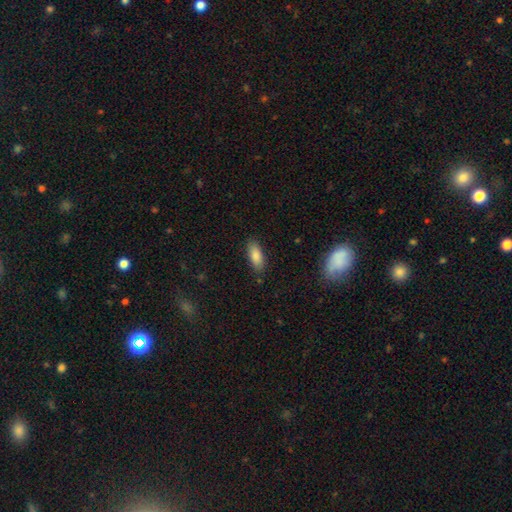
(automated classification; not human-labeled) Smooth or featured? Predicted: smooth (p=0.86). How rounded? Predicted: in between (p=0.80). Merging? Predicted: none (p=0.85).